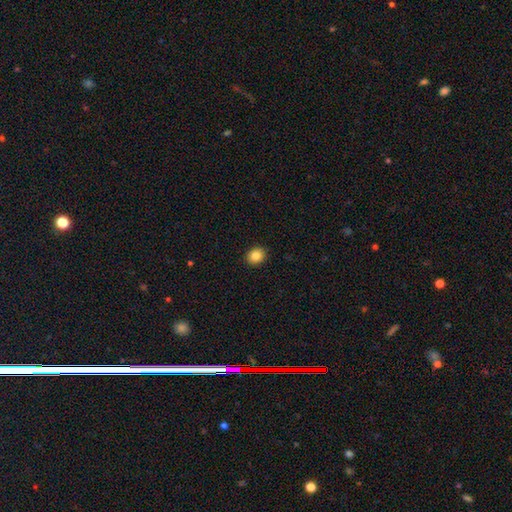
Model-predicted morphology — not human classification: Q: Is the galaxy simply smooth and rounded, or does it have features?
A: smooth — 85%.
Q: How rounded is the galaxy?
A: round — 63%.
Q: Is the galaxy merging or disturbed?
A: none — 91%.